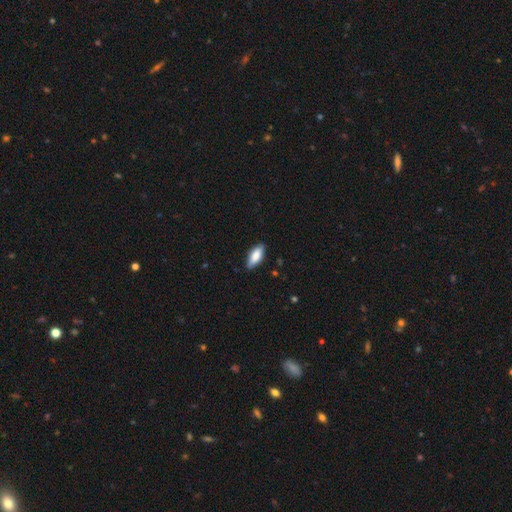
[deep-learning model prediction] A smooth galaxy with no disk features (81%) that is in between round and cigar-shaped (78%).

Vote fractions:
- Smooth or featured? smooth: 81% / featured or disk: 13% / star or artifact: 6%
- How rounded? in between: 78% / cigar-shaped: 20% / round: 2%
- Merging? none: 84% / minor disturbance: 13% / major disturbance: 2% / merger: 1%